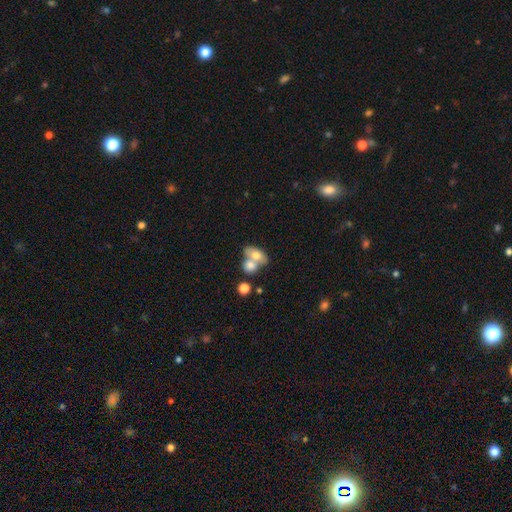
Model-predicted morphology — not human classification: This appears to be a smooth galaxy with no disk features (68%) that is in between round and cigar-shaped (73%). Merging: merger (63%).